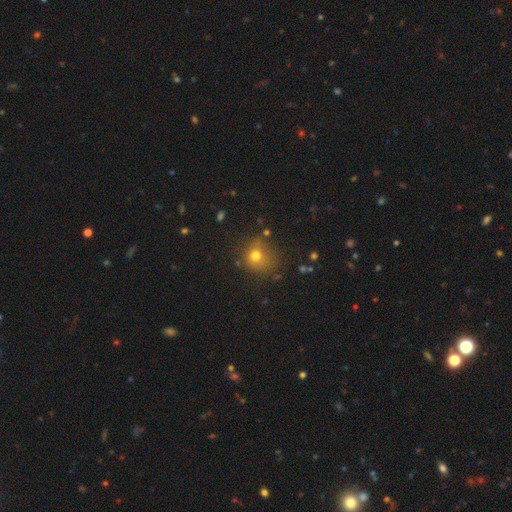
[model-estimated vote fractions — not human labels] Smooth or featured? Predicted: smooth (p=0.72). How rounded? Predicted: round (p=0.79). Merging? Predicted: none (p=0.67).